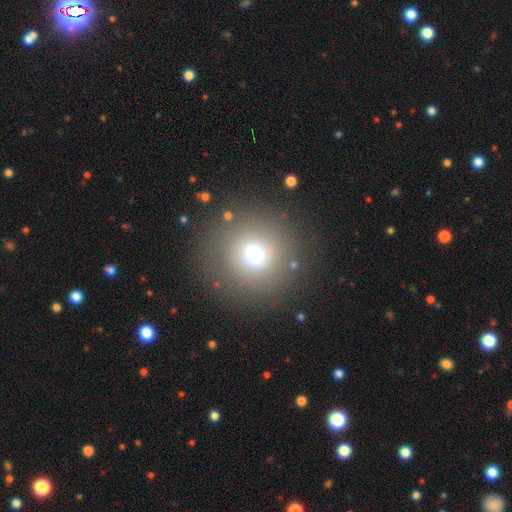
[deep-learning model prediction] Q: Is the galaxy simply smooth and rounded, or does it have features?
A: smooth — 68%.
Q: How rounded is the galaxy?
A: round — 94%.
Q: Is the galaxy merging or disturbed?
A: none — 85%.